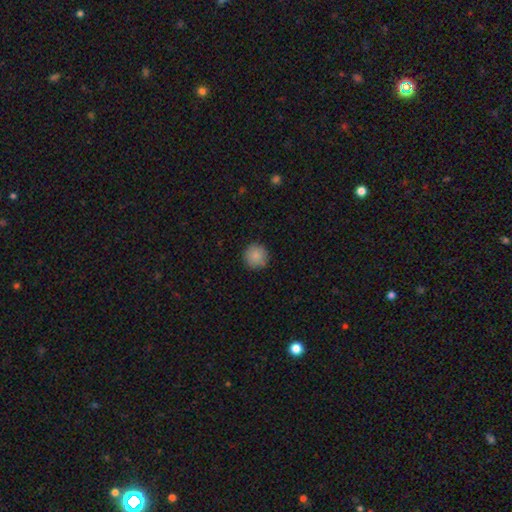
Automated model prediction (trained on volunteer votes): Overall: smooth (86%). How rounded: round (95%). Merging: none (89%).